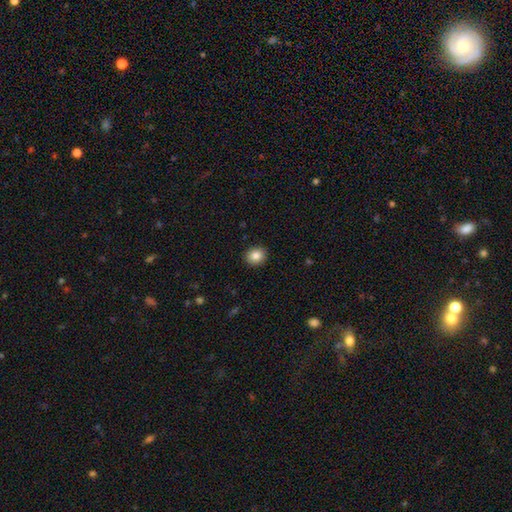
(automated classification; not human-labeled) Smooth or featured: smooth — 85% (star or artifact — 9%)
How rounded: round — 74% (in between — 25%)
Merging: none — 92% (minor disturbance — 6%)